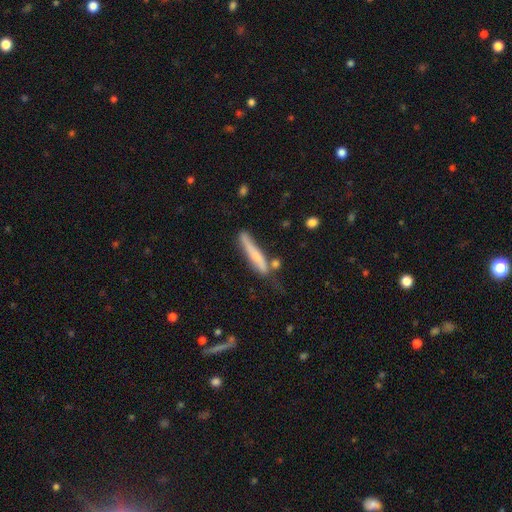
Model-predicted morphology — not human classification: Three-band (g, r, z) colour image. It shows a smooth galaxy with no disk features (55%) that is cigar-shaped (92%). Merging: none (59%).